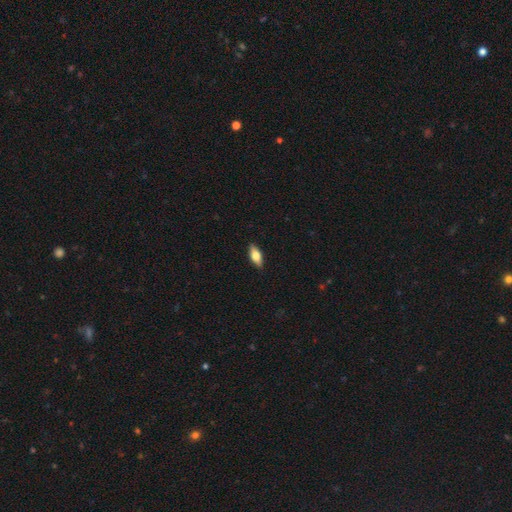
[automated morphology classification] smooth_or_featured: smooth (p=0.68) [alt: featured or disk p=0.26]
how_rounded: in between (p=0.80) [alt: cigar-shaped p=0.17]
merging: none (p=0.89) [alt: minor disturbance p=0.08]